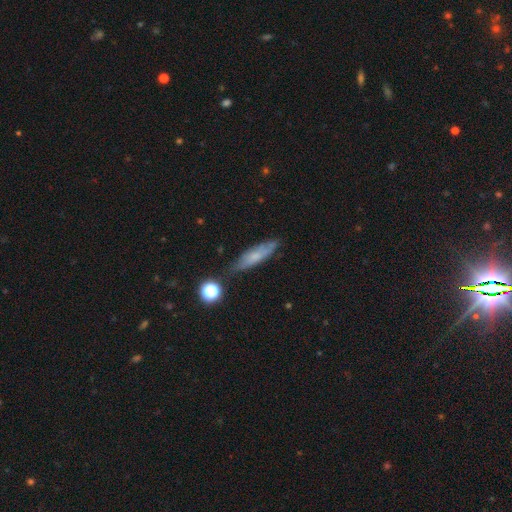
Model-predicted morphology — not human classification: This is possibly a smooth galaxy (58%). How rounded: likely cigar-shaped (68%). Merging: likely none (70%).